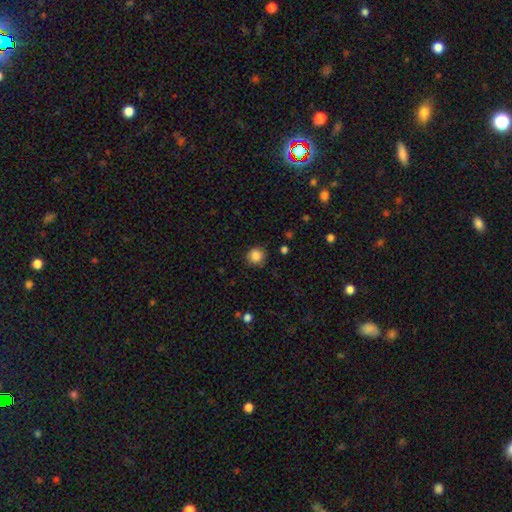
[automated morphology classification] Overall: smooth (86%). How rounded: round (92%). Merging: none (86%).